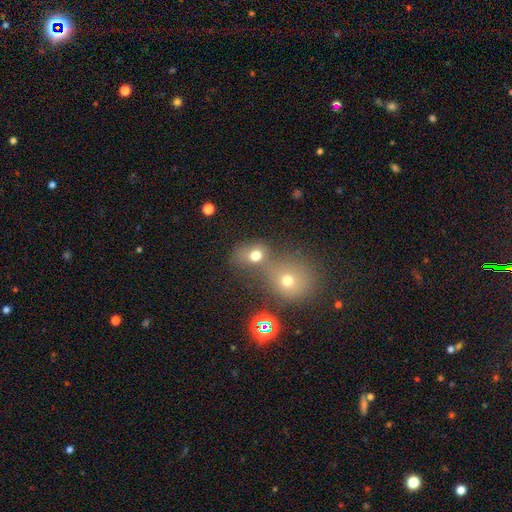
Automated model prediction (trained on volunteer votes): Overall: smooth (69%). How rounded: round (60%; in between 39%). Merging: merger (50%; none 37%).